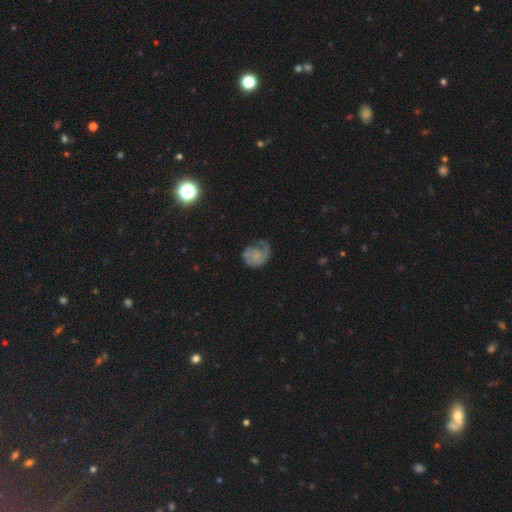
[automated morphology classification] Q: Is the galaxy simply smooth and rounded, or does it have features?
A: featured or disk — 57%.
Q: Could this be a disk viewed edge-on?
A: no — 98%.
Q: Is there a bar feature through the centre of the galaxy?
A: no — 74%.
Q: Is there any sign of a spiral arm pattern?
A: yes — 86%.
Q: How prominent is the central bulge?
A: none — 47%.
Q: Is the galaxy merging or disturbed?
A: none — 44%.